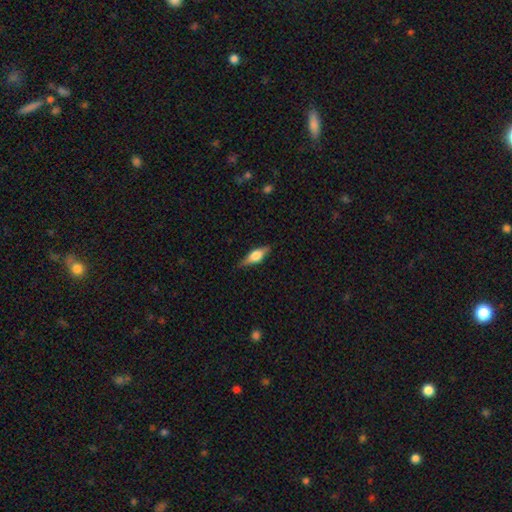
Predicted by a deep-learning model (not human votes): The model was most divided on "smooth or featured": featured or disk: 59%, smooth: 35%, star or artifact: 7%. More confident: edge-on disk — yes (96%); edge-on bulge — rounded (87%); merging — none (85%).